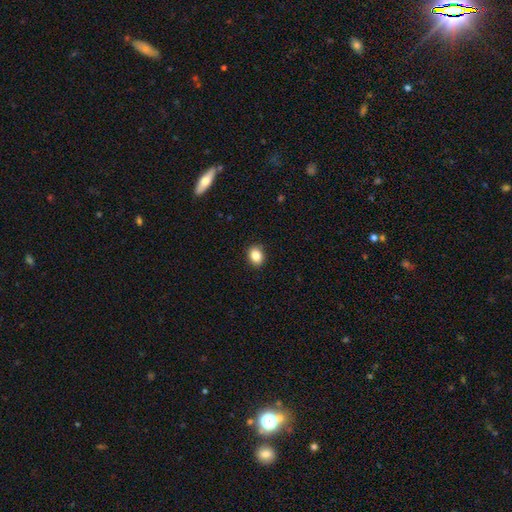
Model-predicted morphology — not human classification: smooth_or_featured: smooth (p=0.86) [alt: star or artifact p=0.09]
how_rounded: in between (p=0.61) [alt: round p=0.38]
merging: none (p=0.89) [alt: minor disturbance p=0.08]